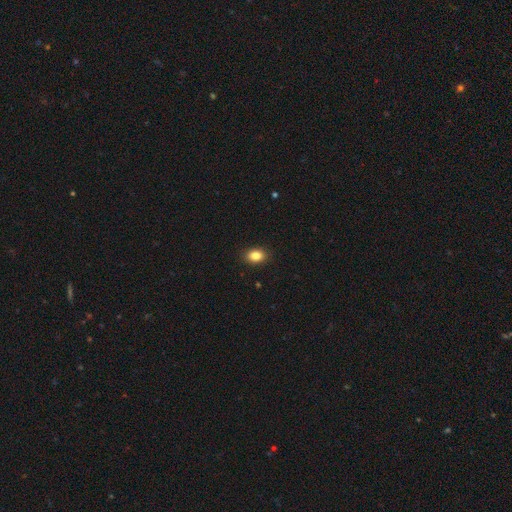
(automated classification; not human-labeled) Q: Smooth or featured?
A: smooth (85%); runner-up: star or artifact (10%)
Q: How rounded?
A: in between (75%); runner-up: round (24%)
Q: Merging?
A: none (90%); runner-up: minor disturbance (7%)